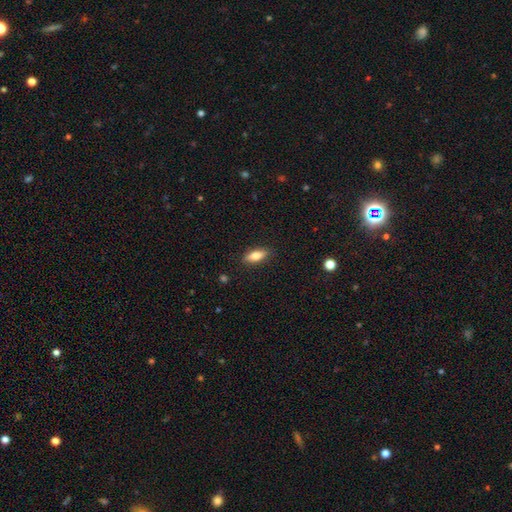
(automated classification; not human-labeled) Overall: smooth (77%). How rounded: in between (76%). Merging: none (88%).